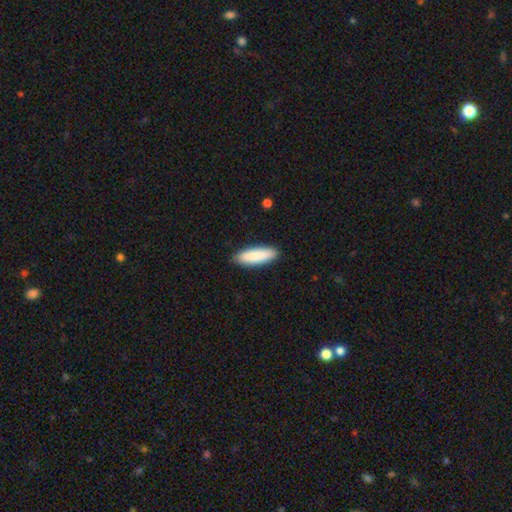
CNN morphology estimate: This is clearly a smooth galaxy (88%). How rounded: possibly cigar-shaped (54%). Merging: clearly none (90%).